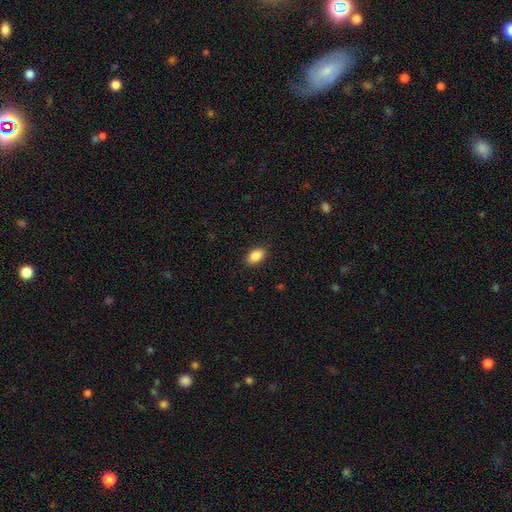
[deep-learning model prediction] This appears to be a smooth galaxy with no disk features (88%) that is in between round and cigar-shaped (90%). Merging: none (89%).